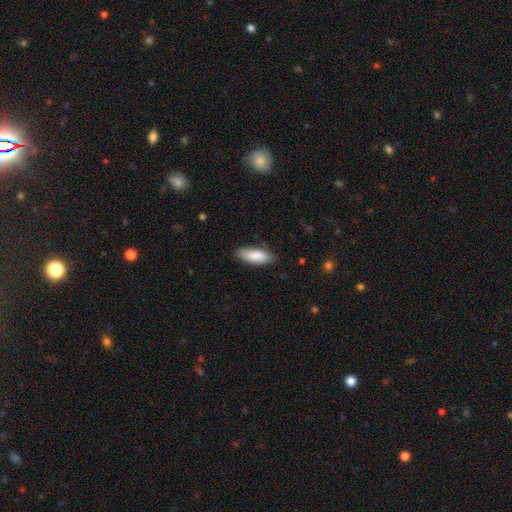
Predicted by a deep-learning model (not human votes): A smooth galaxy with no disk features (87%) that is in between round and cigar-shaped (73%).

Vote fractions:
- Smooth or featured? smooth: 87% / featured or disk: 8% / star or artifact: 6%
- How rounded? in between: 73% / cigar-shaped: 25% / round: 2%
- Merging? none: 84% / minor disturbance: 13% / major disturbance: 2% / merger: 1%